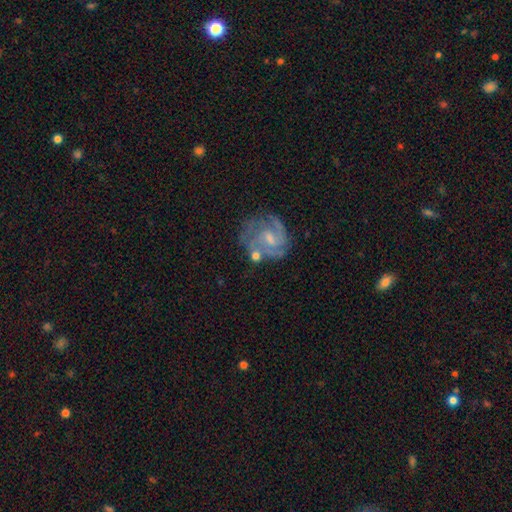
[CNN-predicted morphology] smooth_or_featured: featured or disk (p=0.72) [alt: smooth p=0.20]
disk_edge_on: no (p=0.97) [alt: yes p=0.03]
bar: weak (p=0.52) [alt: no p=0.37]
has_spiral_arms: yes (p=0.87) [alt: no p=0.13]
spiral_winding: tight (p=0.48) [alt: medium p=0.40]
spiral_arm_count: can't tell (p=0.30) [alt: 3 p=0.26]
bulge_size: small (p=0.40) [alt: moderate p=0.38]
merging: none (p=0.54) [alt: minor disturbance p=0.20]